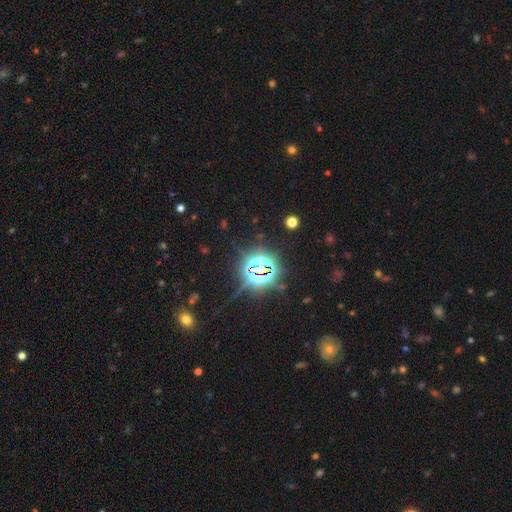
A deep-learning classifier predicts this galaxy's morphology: This is clearly a star or artifact rather than a galaxy (82%).